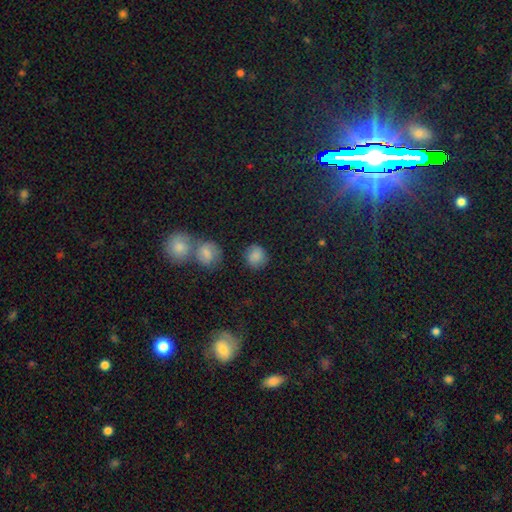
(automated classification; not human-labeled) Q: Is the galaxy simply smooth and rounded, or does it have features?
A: smooth — 82%.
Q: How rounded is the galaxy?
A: round — 85%.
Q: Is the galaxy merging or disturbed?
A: none — 78%.